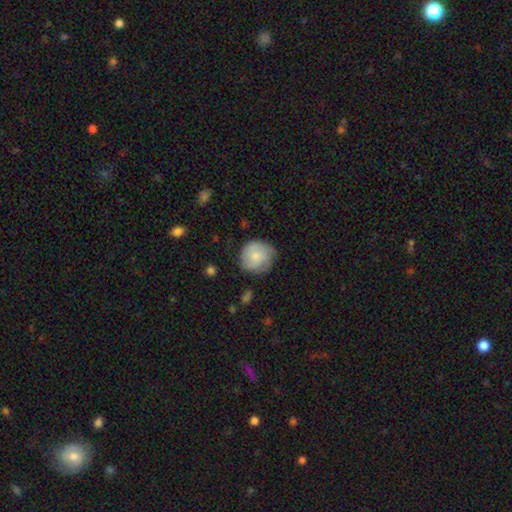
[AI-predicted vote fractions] Smooth or featured?
  - smooth: 72% *
  - featured or disk: 21%
  - star or artifact: 7%
How rounded?
  - round: 90% *
  - in between: 9%
  - cigar-shaped: 1%
Merging?
  - none: 72% *
  - minor disturbance: 22%
  - major disturbance: 5%
  - merger: 1%